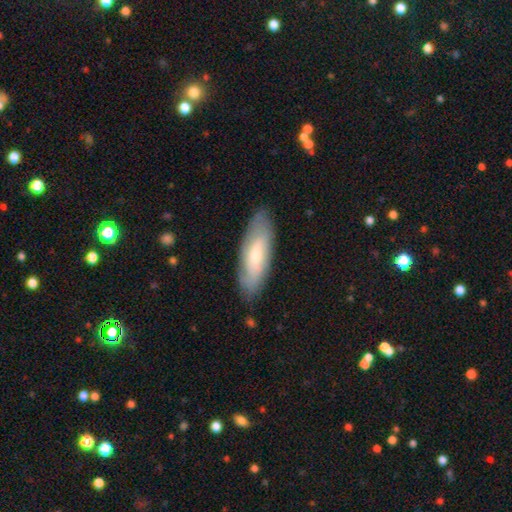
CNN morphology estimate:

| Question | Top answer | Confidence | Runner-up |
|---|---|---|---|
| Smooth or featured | smooth | 59% | featured or disk (35%) |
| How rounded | in between | 58% | cigar-shaped (40%) |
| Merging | none | 81% | minor disturbance (15%) |